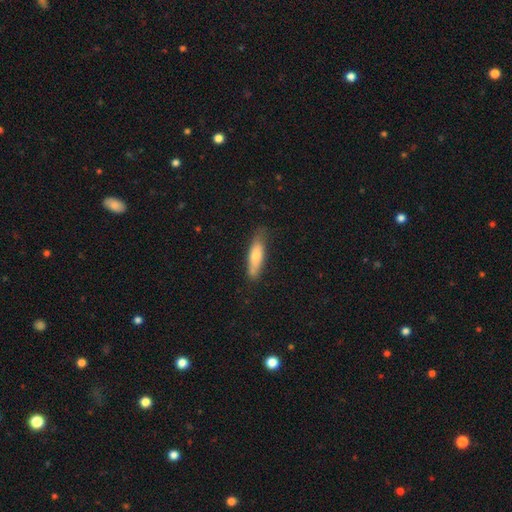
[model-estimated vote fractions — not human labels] The model was most divided on "how rounded": cigar-shaped: 64%, in between: 34%, round: 2%. More confident: smooth or featured — smooth (72%); merging — none (70%).